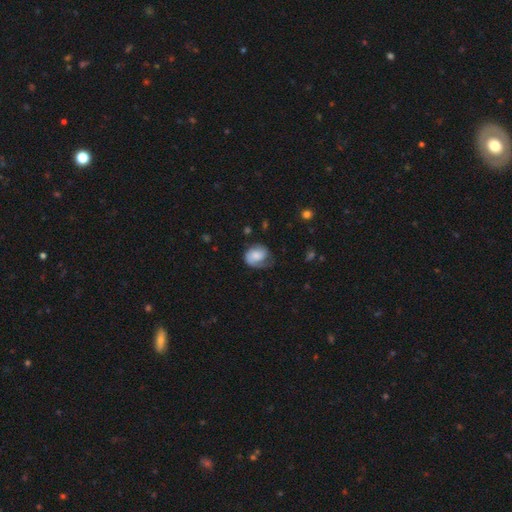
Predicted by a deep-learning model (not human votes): This is possibly a smooth galaxy (50%). Merging: possibly none (46%).